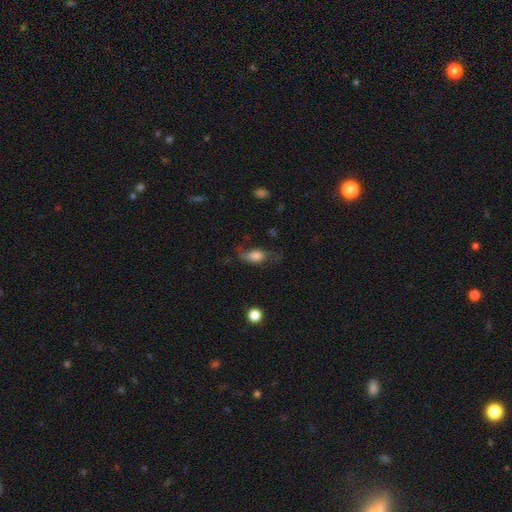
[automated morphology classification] smooth-or-featured: smooth: 68% | featured or disk: 22% | star or artifact: 10%
  how-rounded: in between: 83% | round: 10% | cigar-shaped: 7%
  merging: none: 48% | minor disturbance: 28% | major disturbance: 21% | merger: 2%